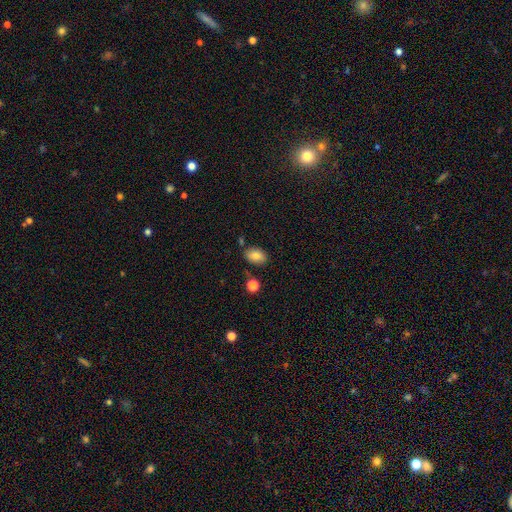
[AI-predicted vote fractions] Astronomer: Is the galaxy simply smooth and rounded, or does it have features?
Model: smooth — 81%.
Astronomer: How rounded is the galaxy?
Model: in between — 85%.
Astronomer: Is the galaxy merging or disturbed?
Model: none — 78%.